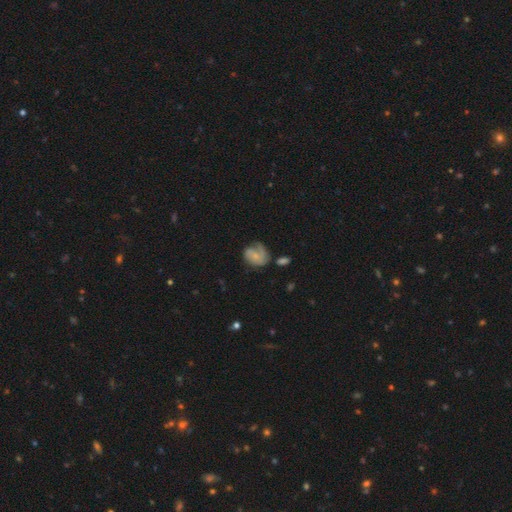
Smooth or featured?
  - featured or disk: 53% *
  - smooth: 37%
  - star or artifact: 11%
Edge-on disk?
  - no: 95% *
  - yes: 5%
Bar?
  - no: 74% *
  - weak: 16%
  - strong: 11%
Spiral arms?
  - yes: 74% *
  - no: 26%
Spiral winding?
  - medium: 43% *
  - tight: 36%
  - loose: 21%
Spiral arm count?
  - 1: 64% *
  - 2: 29%
  - 3: 7%
  - 4: 0%
  - more than 4: 0%
  - can't tell: 0%
Bulge size?
  - small: 84% *
  - none: 16%
  - dominant: 0%
  - large: 0%
  - moderate: 0%
Merging?
  - none: 50% *
  - minor disturbance: 35%
  - major disturbance: 12%
  - merger: 3%